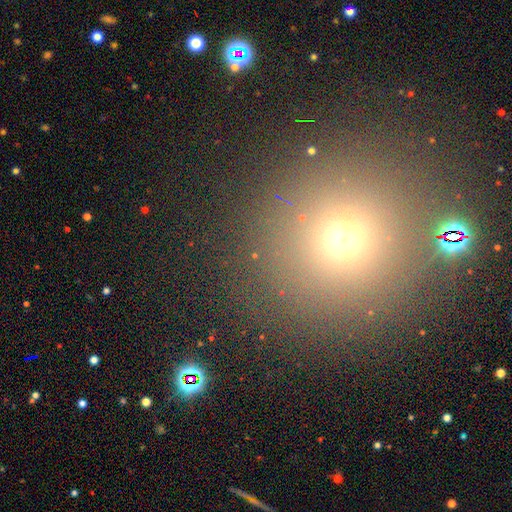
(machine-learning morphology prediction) A star or artifact, not a galaxy (47%).

Vote fractions:
- Smooth or featured? star or artifact: 47% / smooth: 42% / featured or disk: 11%